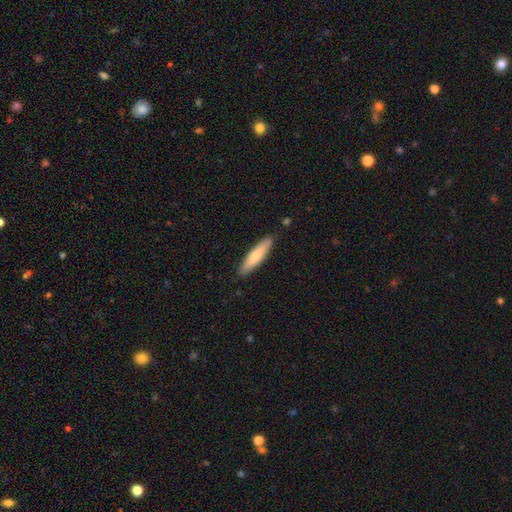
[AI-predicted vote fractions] smooth-or-featured: smooth: 70% | featured or disk: 25% | star or artifact: 5%
  how-rounded: cigar-shaped: 77% | in between: 21% | round: 1%
  merging: none: 88% | minor disturbance: 9% | major disturbance: 2% | merger: 1%